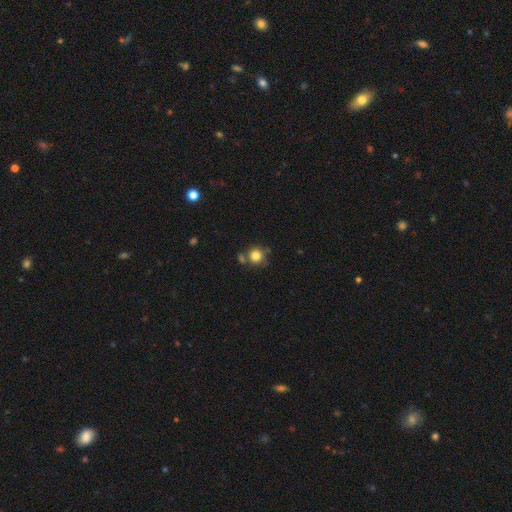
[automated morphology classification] Smooth or featured? Predicted: smooth (p=0.82). How rounded? Predicted: round (p=0.91). Merging? Predicted: none (p=0.68).